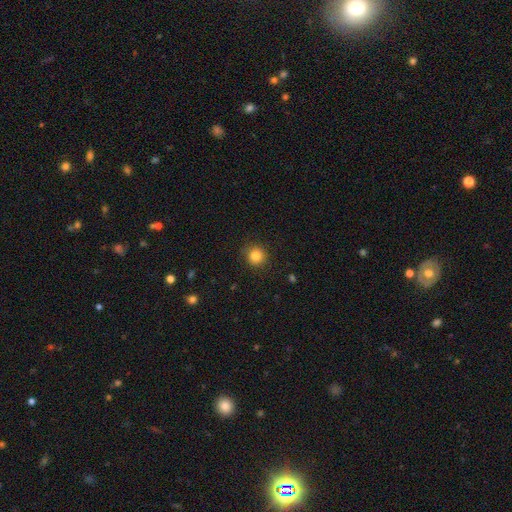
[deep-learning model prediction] Smooth or featured? Predicted: smooth (p=0.84). How rounded? Predicted: round (p=0.91). Merging? Predicted: none (p=0.88).